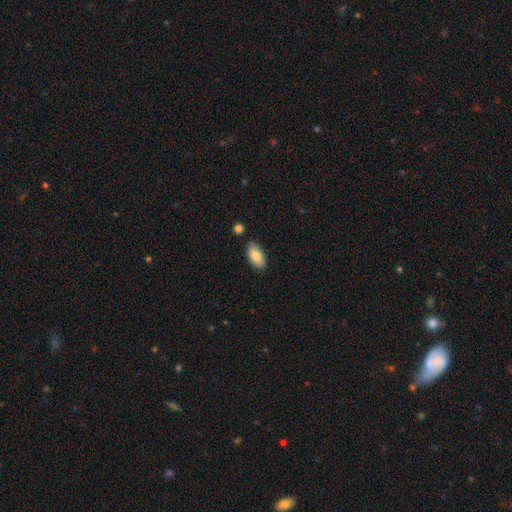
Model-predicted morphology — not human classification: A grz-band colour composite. It shows a smooth galaxy with no disk features (84%) that is in between round and cigar-shaped (92%). Merging: none (85%).